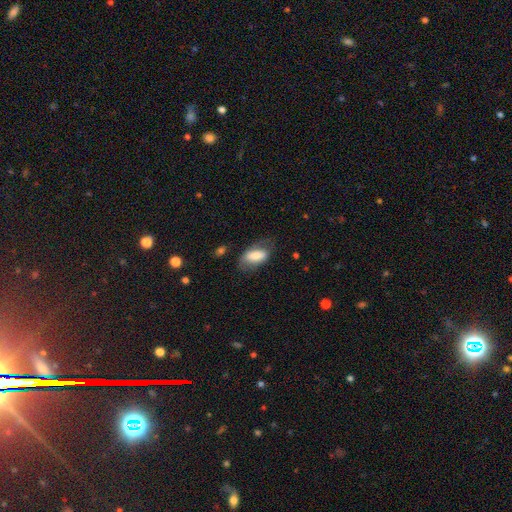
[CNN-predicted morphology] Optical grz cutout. It shows a smooth galaxy with no disk features (69%) that is in between round and cigar-shaped (91%). Merging: none (57%).